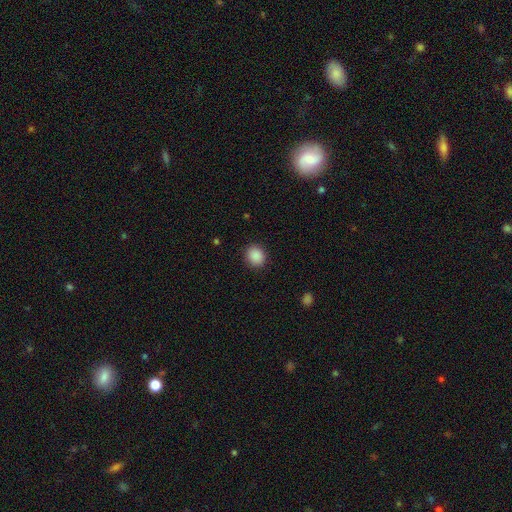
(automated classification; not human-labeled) A smooth galaxy with no disk features (89%) that is round (76%).

Vote fractions:
- Smooth or featured? smooth: 89% / star or artifact: 9% / featured or disk: 3%
- How rounded? round: 76% / in between: 23% / cigar-shaped: 1%
- Merging? none: 89% / minor disturbance: 7% / major disturbance: 3% / merger: 1%